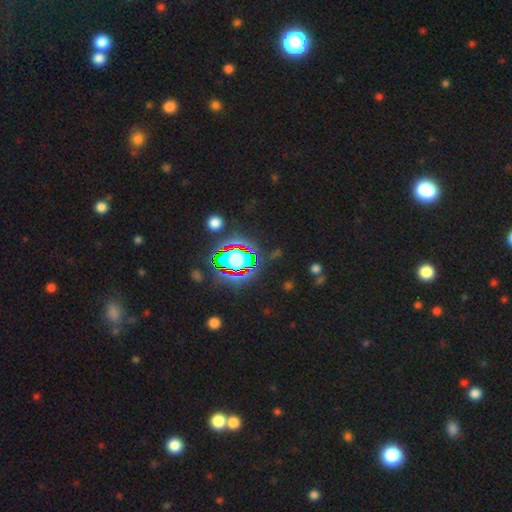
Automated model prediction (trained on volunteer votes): smooth-or-featured: star or artifact: 81% | smooth: 12% | featured or disk: 7%